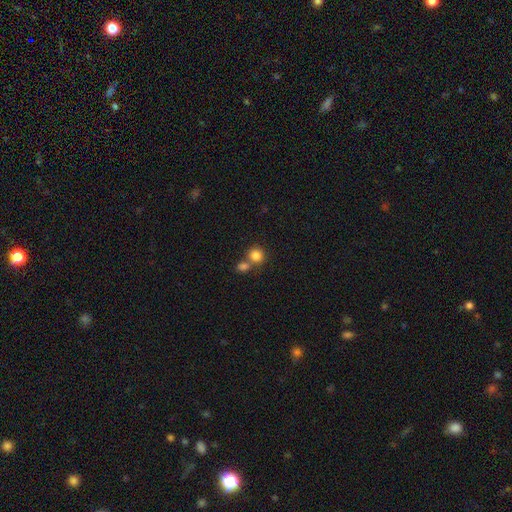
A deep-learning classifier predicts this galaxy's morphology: A smooth galaxy with no disk features (83%) that is round (88%).

Vote fractions:
- Smooth or featured? smooth: 83% / star or artifact: 11% / featured or disk: 7%
- How rounded? round: 88% / in between: 11% / cigar-shaped: 1%
- Merging? none: 51% / merger: 38% / minor disturbance: 7% / major disturbance: 3%